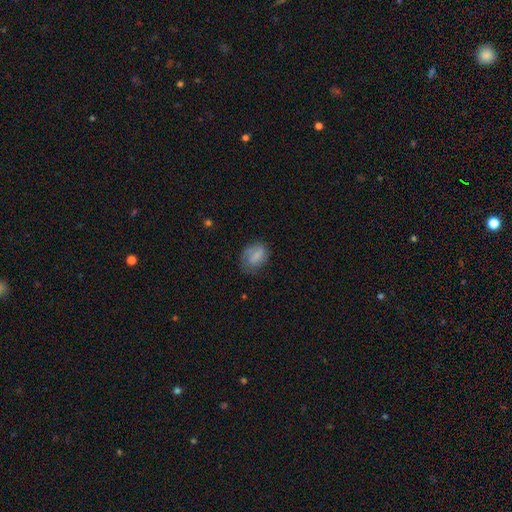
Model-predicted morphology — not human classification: The model was most divided on "merging": none: 57%, minor disturbance: 28%, major disturbance: 13%, merger: 2%. More confident: smooth or featured — smooth (73%); how rounded — in between (73%).